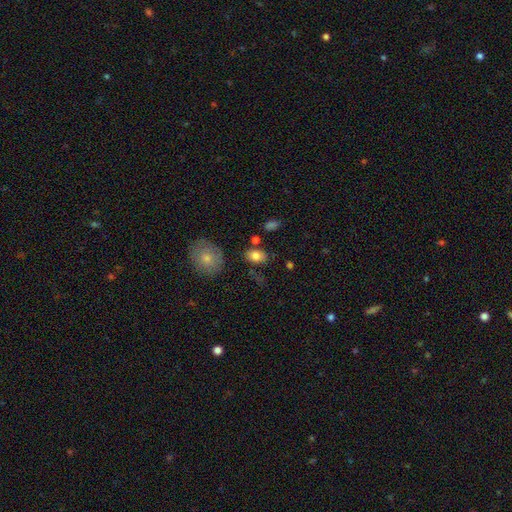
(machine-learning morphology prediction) A smooth galaxy with no disk features (81%) that is in between round and cigar-shaped (81%).

Vote fractions:
- Smooth or featured? smooth: 81% / featured or disk: 11% / star or artifact: 9%
- How rounded? in between: 81% / round: 18% / cigar-shaped: 2%
- Merging? none: 74% / minor disturbance: 14% / merger: 7% / major disturbance: 4%